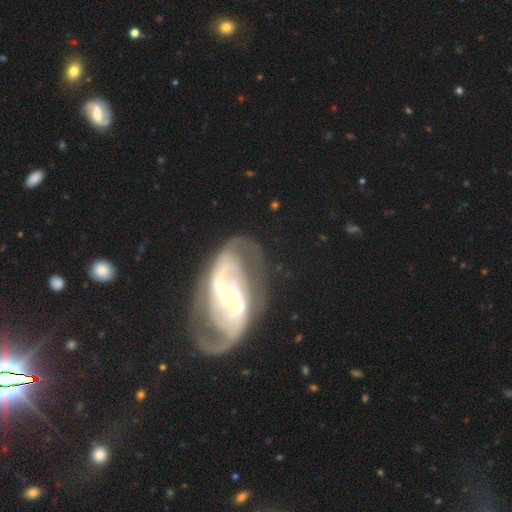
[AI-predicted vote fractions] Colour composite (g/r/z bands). It shows a featured or disk galaxy (87%) with a weak bar (41%), 2 (83%) medium (48%) spiral arms (97%) and a small central bulge (52%). Merging: none (73%).